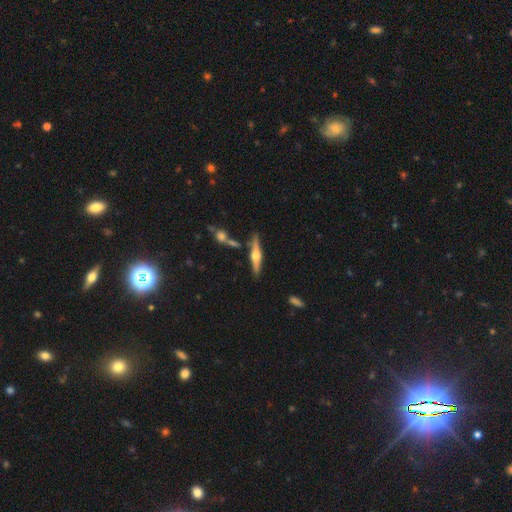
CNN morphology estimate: Smooth or featured? featured or disk (70%)
Edge-on disk? yes (97%)
Edge-on bulge? rounded (94%)
Merging? none (80%)